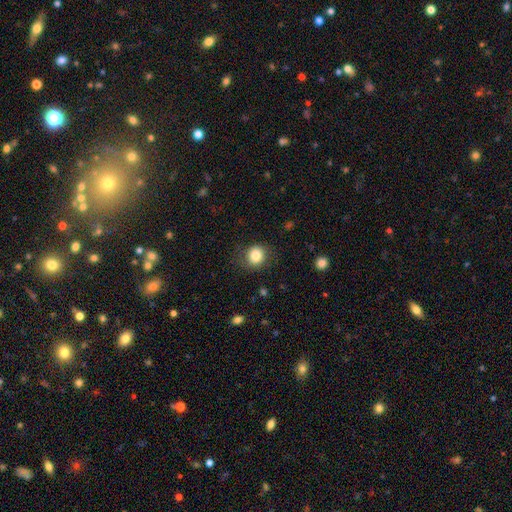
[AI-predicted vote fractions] Q: Smooth or featured?
A: smooth (83%); runner-up: star or artifact (10%)
Q: How rounded?
A: round (83%); runner-up: in between (16%)
Q: Merging?
A: none (81%); runner-up: minor disturbance (13%)